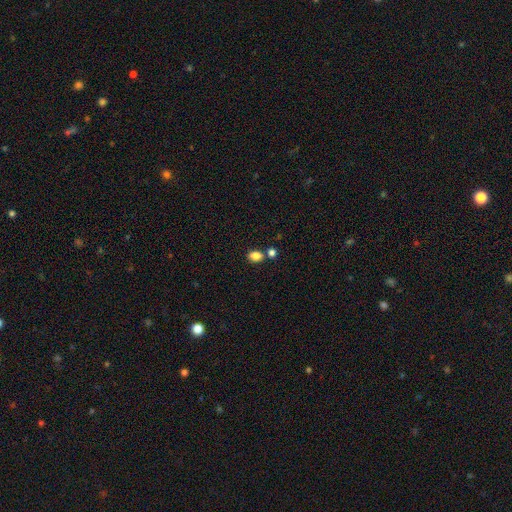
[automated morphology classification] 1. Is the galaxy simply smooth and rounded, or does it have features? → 84% smooth, 11% star or artifact, 5% featured or disk.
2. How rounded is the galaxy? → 73% in between, 26% round, 1% cigar-shaped.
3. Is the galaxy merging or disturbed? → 67% none, 19% merger, 11% minor disturbance, 3% major disturbance.